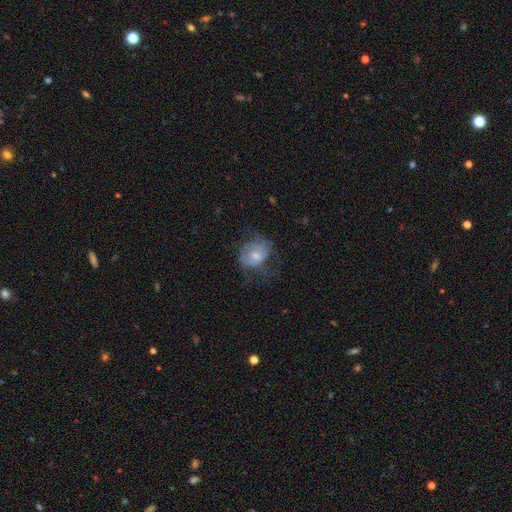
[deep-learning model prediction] Q: Smooth or featured?
A: smooth (52%); runner-up: featured or disk (39%)
Q: How rounded?
A: round (52%); runner-up: in between (47%)
Q: Merging?
A: none (41%); runner-up: major disturbance (31%)